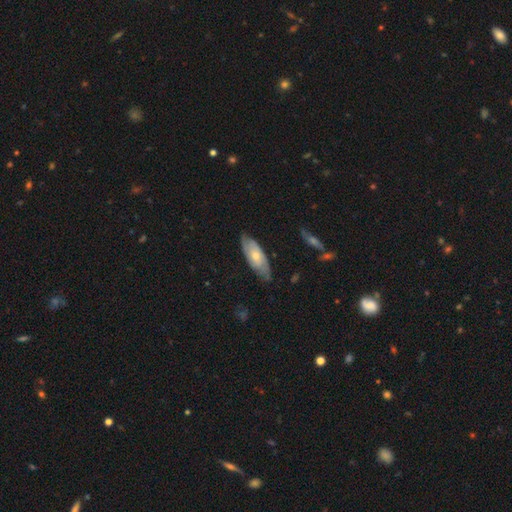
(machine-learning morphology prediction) Smooth or featured? Predicted: featured or disk (p=0.50). Merging? Predicted: none (p=0.72).